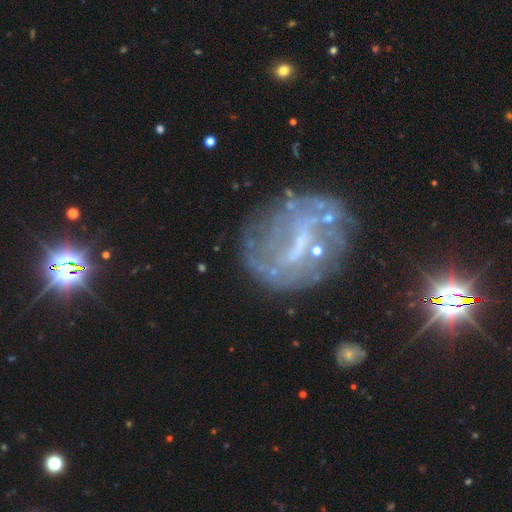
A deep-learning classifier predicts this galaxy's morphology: featured or disk 68%, star or artifact 18%, smooth 15%. Down the decision tree: edge-on disk — no (95%); bar — strong (42%); spiral arms — yes (54%); bulge size — none (47%); merging — none (61%).